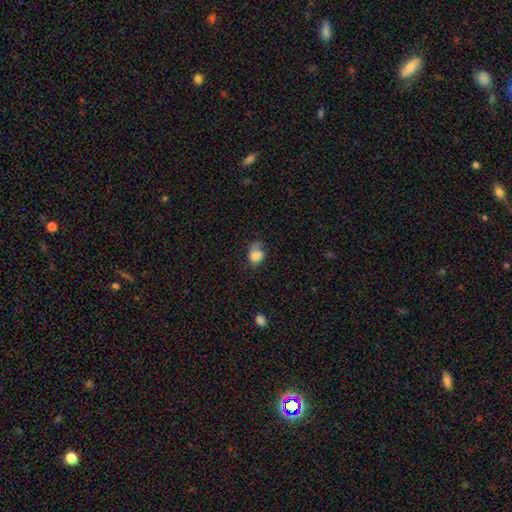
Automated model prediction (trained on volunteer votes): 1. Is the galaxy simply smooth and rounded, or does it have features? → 70% smooth, 20% featured or disk, 10% star or artifact.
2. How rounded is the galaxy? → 74% in between, 25% round, 1% cigar-shaped.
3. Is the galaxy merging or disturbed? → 36% none, 30% minor disturbance, 29% major disturbance, 4% merger.